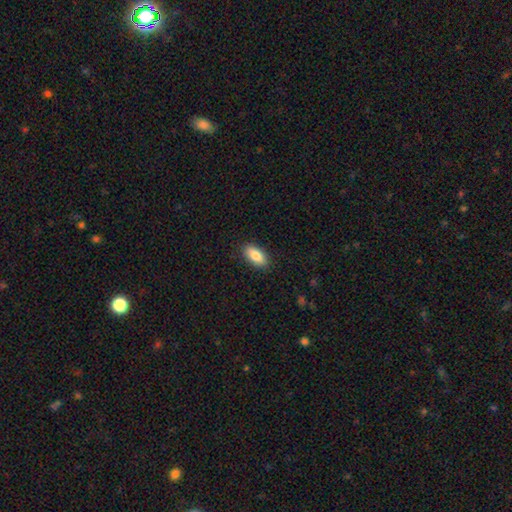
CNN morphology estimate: This appears to be a smooth galaxy with no disk features (83%) that is in between round and cigar-shaped (88%). Merging: none (88%).